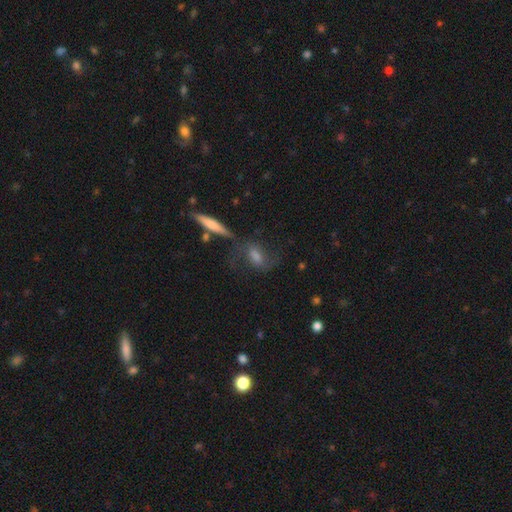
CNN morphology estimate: Smooth or featured? Predicted: featured or disk (p=0.54). Edge-on disk? Predicted: no (p=0.79). Merging? Predicted: none (p=0.60).